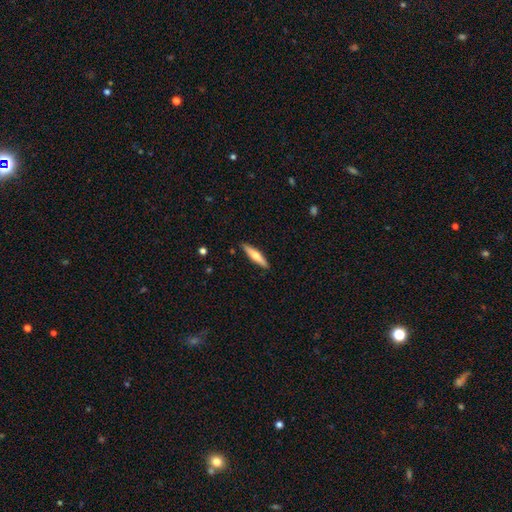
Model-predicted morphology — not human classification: A smooth galaxy with no disk features (55%) that is cigar-shaped (82%).

Vote fractions:
- Smooth or featured? smooth: 55% / featured or disk: 40% / star or artifact: 5%
- How rounded? cigar-shaped: 82% / in between: 16% / round: 2%
- Merging? none: 89% / minor disturbance: 8% / major disturbance: 2% / merger: 1%